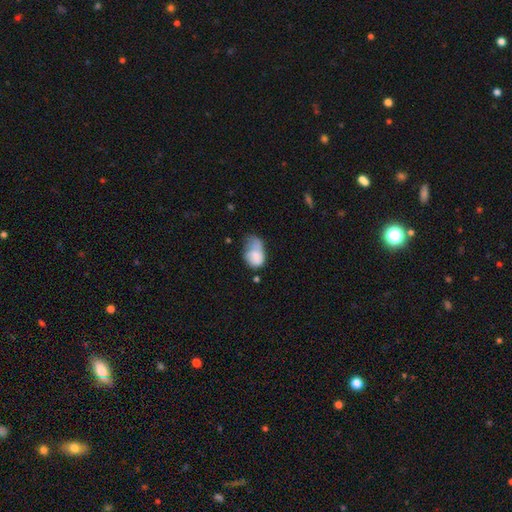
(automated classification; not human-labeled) smooth-or-featured: smooth: 73% | featured or disk: 19% | star or artifact: 8%
  how-rounded: in between: 82% | round: 17% | cigar-shaped: 1%
  merging: major disturbance: 38% | minor disturbance: 36% | none: 19% | merger: 6%